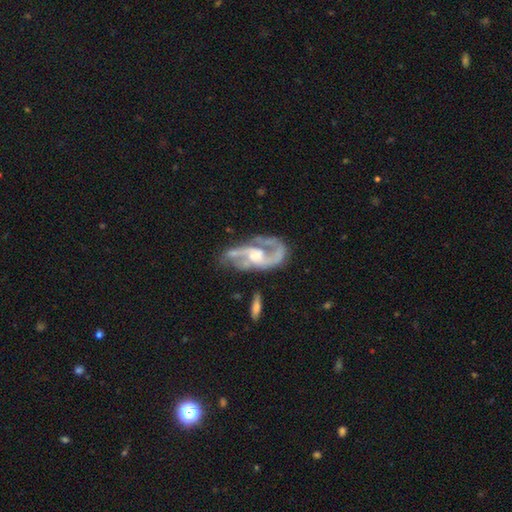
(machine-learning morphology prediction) Q: Smooth or featured?
A: featured or disk (87%); runner-up: smooth (6%)
Q: Edge-on disk?
A: no (96%); runner-up: yes (4%)
Q: Bar?
A: no (47%); runner-up: weak (38%)
Q: Spiral arms?
A: yes (94%); runner-up: no (6%)
Q: Spiral winding?
A: medium (50%); runner-up: loose (32%)
Q: Spiral arm count?
A: 2 (76%); runner-up: can't tell (7%)
Q: Bulge size?
A: moderate (58%); runner-up: small (26%)
Q: Merging?
A: none (49%); runner-up: major disturbance (22%)